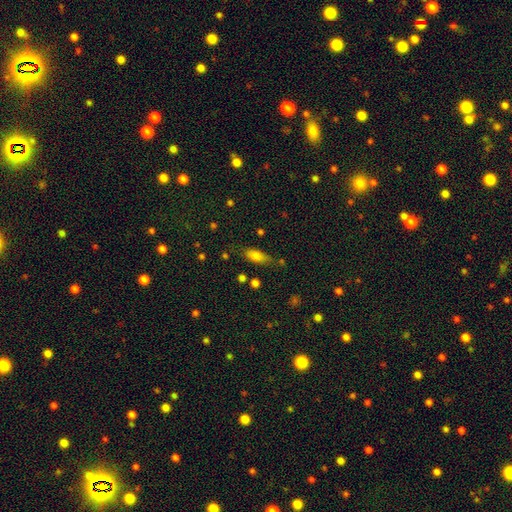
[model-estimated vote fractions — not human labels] Morphology: type=smooth (76%); roundness=in between (75%); merging=none (67%).